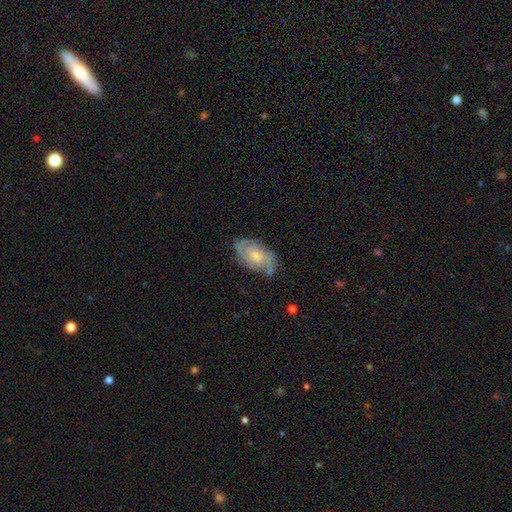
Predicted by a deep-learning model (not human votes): This appears to be a featured or disk galaxy (77%) with no bar (65%), 2 (61%) tight (46%) spiral arms (93%) and a small central bulge (44%). Merging: none (70%).